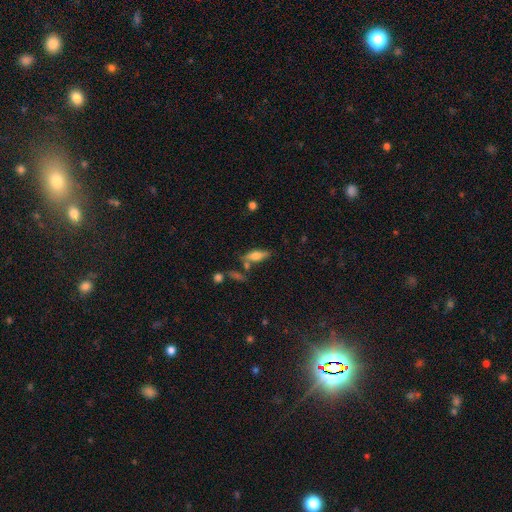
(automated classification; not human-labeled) The model was most divided on "how rounded": in between: 58%, cigar-shaped: 39%, round: 4%. More confident: merging — none (61%); smooth or featured — smooth (59%).